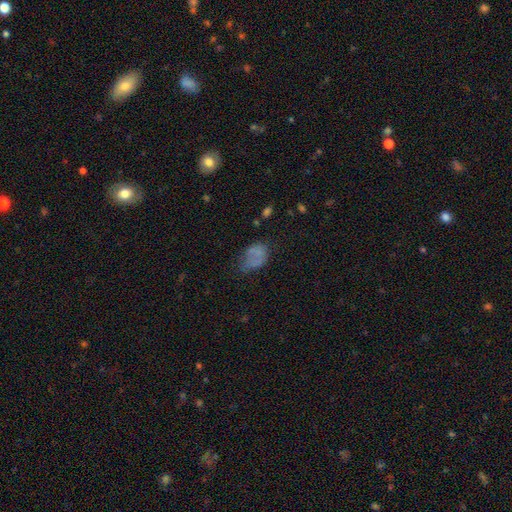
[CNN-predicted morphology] Overall: smooth (60%; featured or disk 24%). How rounded: in between (85%). Merging: none (42%; minor disturbance 28%).